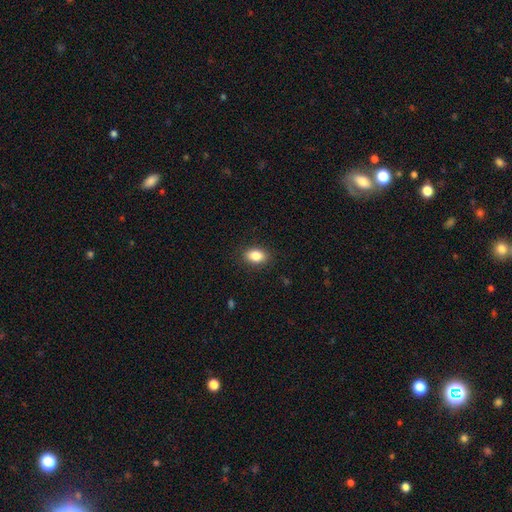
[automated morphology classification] This is clearly a smooth galaxy (86%). How rounded: clearly in between (83%). Merging: clearly none (88%).